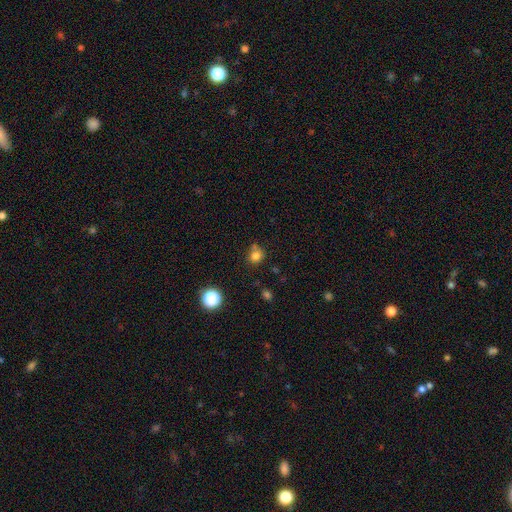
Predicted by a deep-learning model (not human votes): Overall: smooth (78%). How rounded: round (79%). Merging: none (62%).